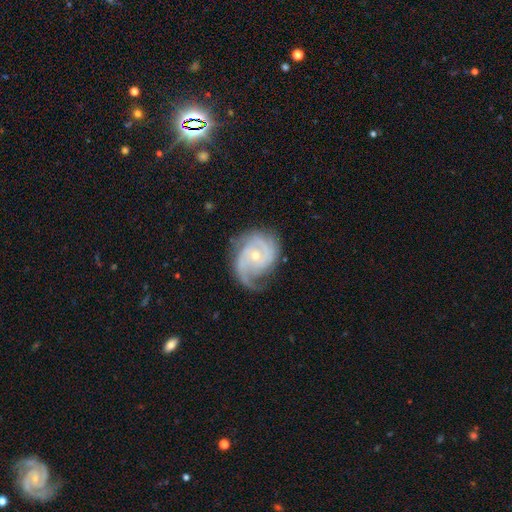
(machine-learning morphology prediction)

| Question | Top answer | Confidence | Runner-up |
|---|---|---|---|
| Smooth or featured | featured or disk | 87% | smooth (8%) |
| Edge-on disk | no | 98% | yes (2%) |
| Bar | no | 70% | weak (24%) |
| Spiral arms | yes | 96% | no (4%) |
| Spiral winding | tight | 44% | medium (41%) |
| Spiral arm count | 2 | 50% | 3 (17%) |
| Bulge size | small | 59% | moderate (38%) |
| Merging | none | 62% | minor disturbance (23%) |